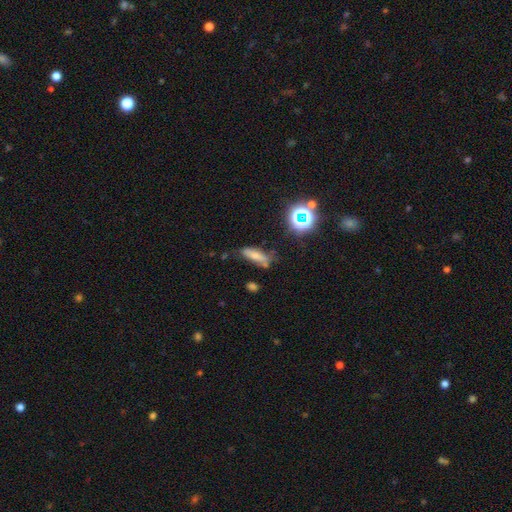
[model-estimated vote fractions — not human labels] Overall: smooth (62%). How rounded: in between (52%; cigar-shaped 44%). Merging: none (56%; minor disturbance 28%).